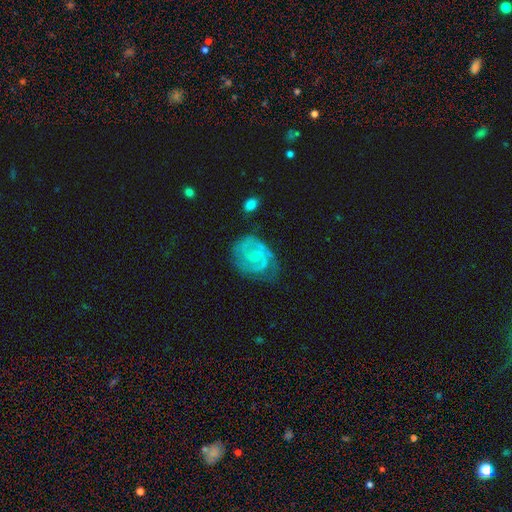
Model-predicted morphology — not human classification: A featured or disk galaxy (77%) with no bar (53%), 2 (51%) tight (51%) spiral arms (92%) and a small central bulge (58%). Merging: none (59%).